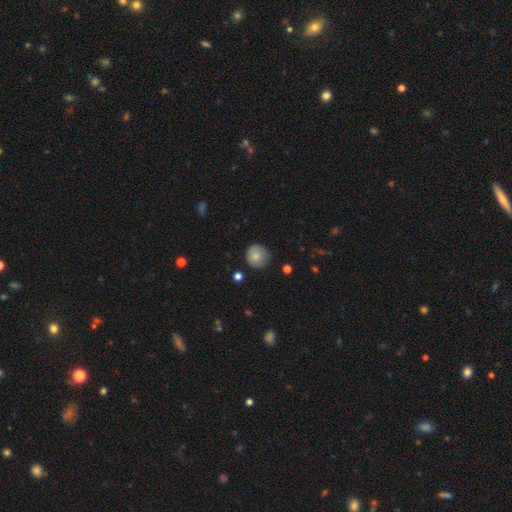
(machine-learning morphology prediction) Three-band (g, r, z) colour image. It shows a smooth galaxy with no disk features (82%) that is round (91%). Merging: none (81%).